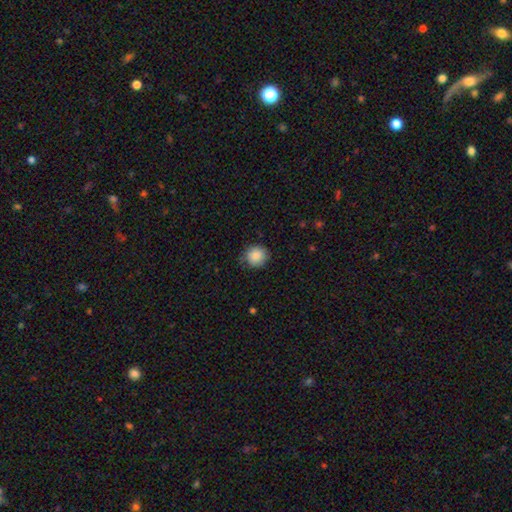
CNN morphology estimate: The model was most divided on "merging": none: 78%, minor disturbance: 17%, major disturbance: 3%, merger: 1%. More confident: how rounded — round (89%); smooth or featured — smooth (87%).